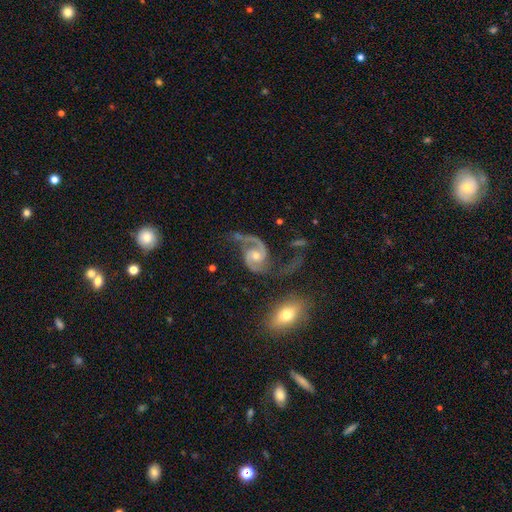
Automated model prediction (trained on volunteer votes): Smooth or featured? featured or disk (91%)
Edge-on disk? no (98%)
Bar? no (60%)
Spiral arms? yes (98%)
Spiral winding? medium (49%)
Spiral arm count? 2 (89%)
Bulge size? moderate (55%)
Merging? none (52%)